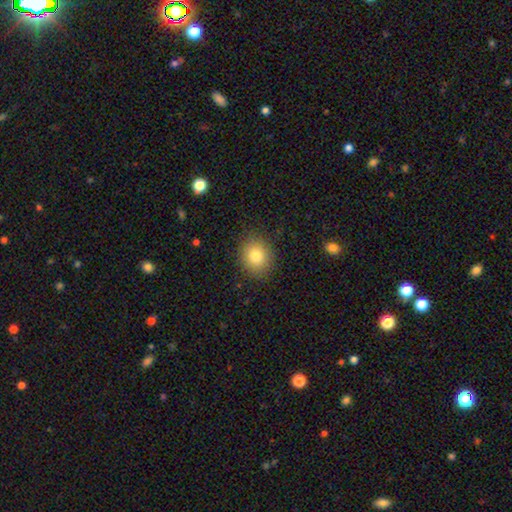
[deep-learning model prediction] This appears to be a smooth galaxy with no disk features (81%) that is round (74%). Merging: none (87%).